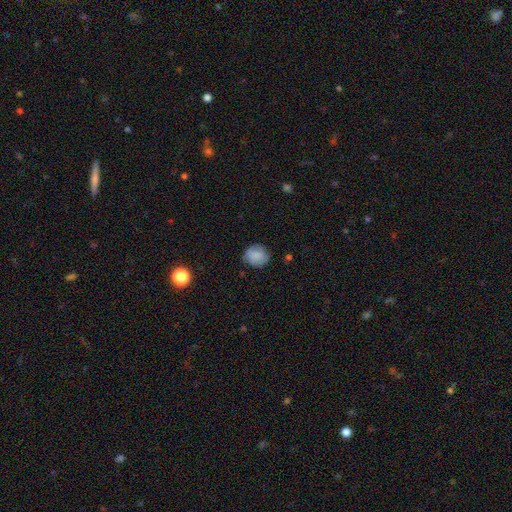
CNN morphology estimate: smooth_or_featured: smooth (p=0.81) [alt: featured or disk p=0.11]
how_rounded: round (p=0.76) [alt: in between p=0.23]
merging: none (p=0.76) [alt: minor disturbance p=0.18]